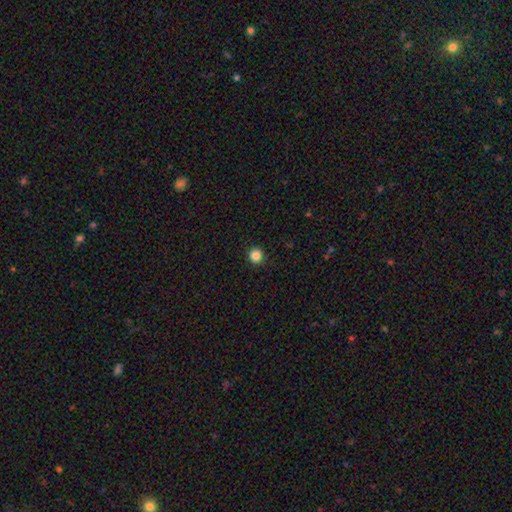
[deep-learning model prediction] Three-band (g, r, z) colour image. It shows a smooth galaxy with no disk features (85%) that is round (95%). Merging: none (93%).